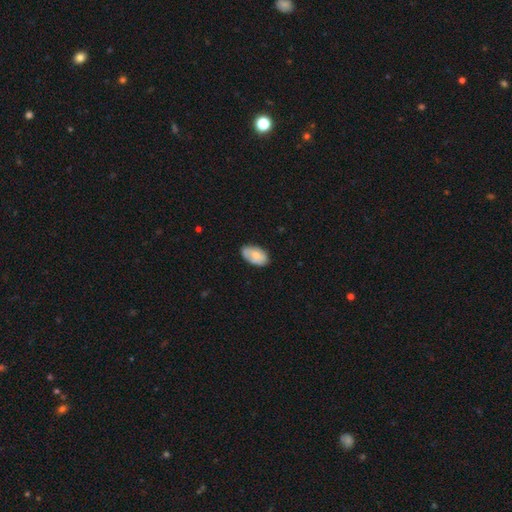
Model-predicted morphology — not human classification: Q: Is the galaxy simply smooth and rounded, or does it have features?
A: smooth — 74%.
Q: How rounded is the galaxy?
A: in between — 94%.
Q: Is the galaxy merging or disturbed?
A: none — 77%.